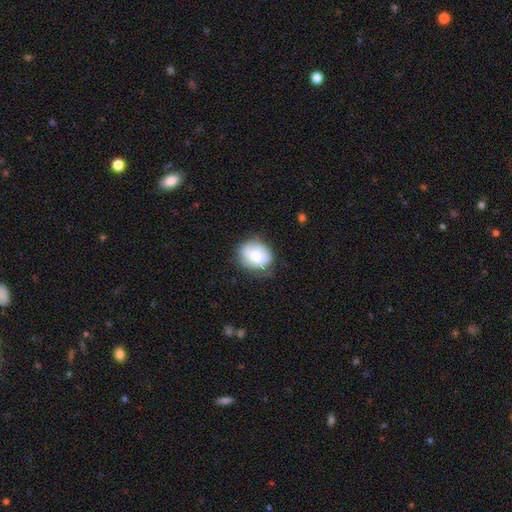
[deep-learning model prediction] Smooth or featured?
  - smooth: 66% *
  - featured or disk: 26%
  - star or artifact: 8%
How rounded?
  - round: 66% *
  - in between: 33%
  - cigar-shaped: 1%
Merging?
  - none: 65% *
  - minor disturbance: 26%
  - major disturbance: 7%
  - merger: 2%